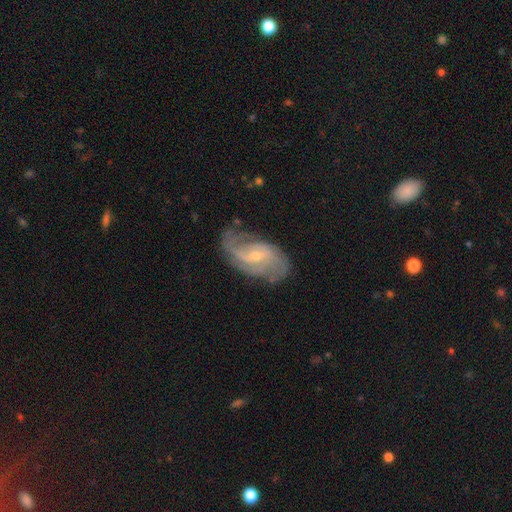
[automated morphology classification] type=featured or disk (85%); edge-on=no (96%); bar=weak (50%); spiral arms=yes (95%); winding=medium (46%); arm count=2 (58%); bulge=small (68%); merging=none (67%).